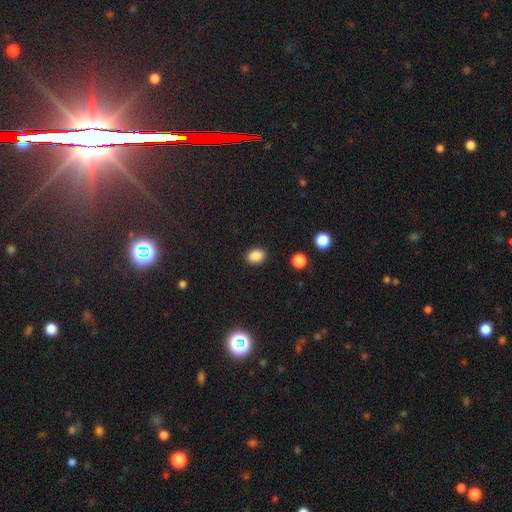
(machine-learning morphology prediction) Q: Smooth or featured?
A: smooth (87%); runner-up: star or artifact (10%)
Q: How rounded?
A: in between (60%); runner-up: round (39%)
Q: Merging?
A: none (88%); runner-up: minor disturbance (8%)